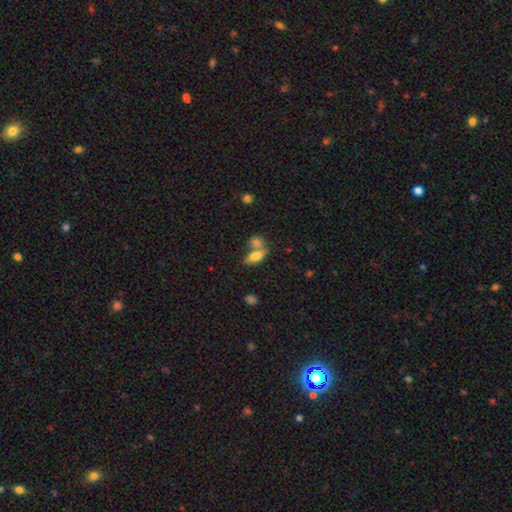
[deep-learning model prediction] A smooth galaxy with no disk features (73%) that is in between round and cigar-shaped (75%). Merging: merger (46%).